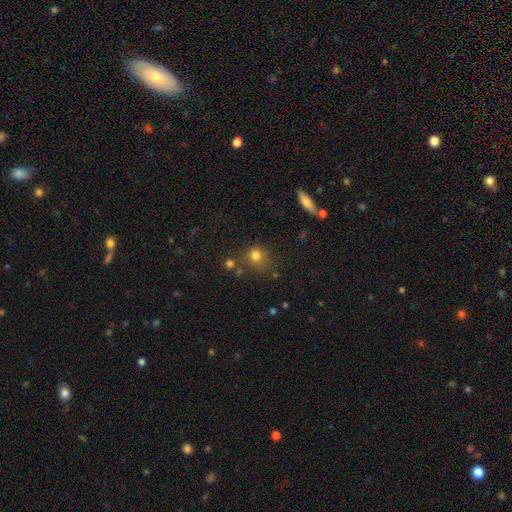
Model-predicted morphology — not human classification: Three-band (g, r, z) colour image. It shows a smooth galaxy with no disk features (76%) that is round (82%). Merging: none (69%).